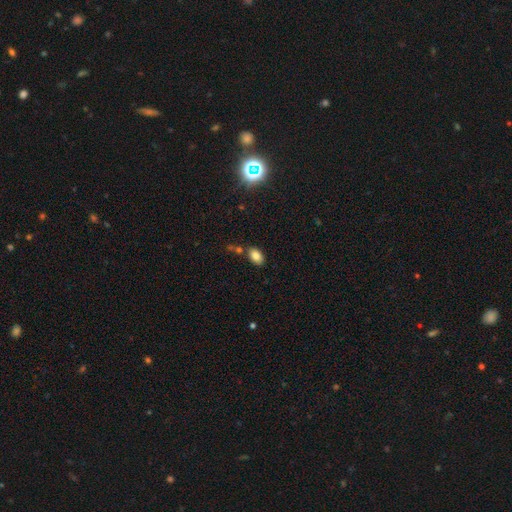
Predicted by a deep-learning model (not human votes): Smooth or featured?
  - smooth: 82% *
  - star or artifact: 10%
  - featured or disk: 8%
How rounded?
  - in between: 89% *
  - round: 9%
  - cigar-shaped: 2%
Merging?
  - none: 73% *
  - minor disturbance: 13%
  - merger: 10%
  - major disturbance: 3%